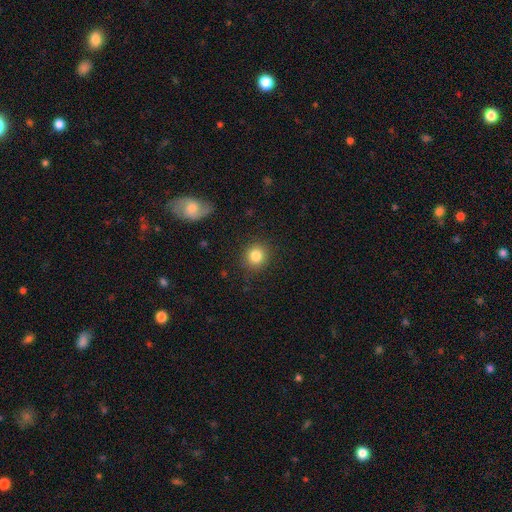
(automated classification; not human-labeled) A smooth galaxy with no disk features (83%) that is round (88%).

Vote fractions:
- Smooth or featured? smooth: 83% / star or artifact: 11% / featured or disk: 6%
- How rounded? round: 88% / in between: 11% / cigar-shaped: 1%
- Merging? none: 89% / minor disturbance: 7% / major disturbance: 3% / merger: 1%